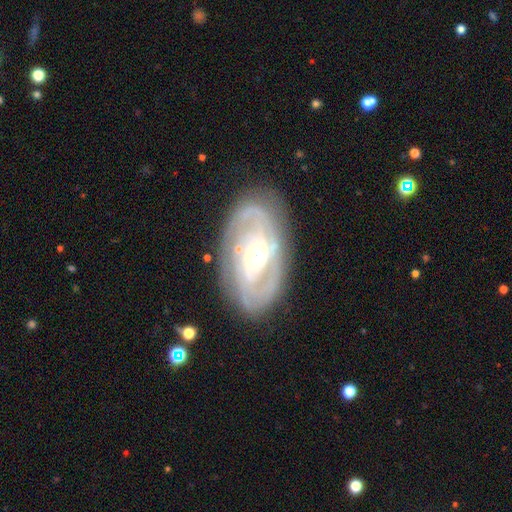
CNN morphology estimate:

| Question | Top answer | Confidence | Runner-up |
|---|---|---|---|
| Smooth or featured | featured or disk | 86% | smooth (9%) |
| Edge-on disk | no | 95% | yes (5%) |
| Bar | weak | 40% | no (37%) |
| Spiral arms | yes | 92% | no (8%) |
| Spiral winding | tight | 60% | medium (32%) |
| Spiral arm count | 2 | 52% | can't tell (20%) |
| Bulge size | moderate | 71% | large (14%) |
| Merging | none | 81% | minor disturbance (13%) |